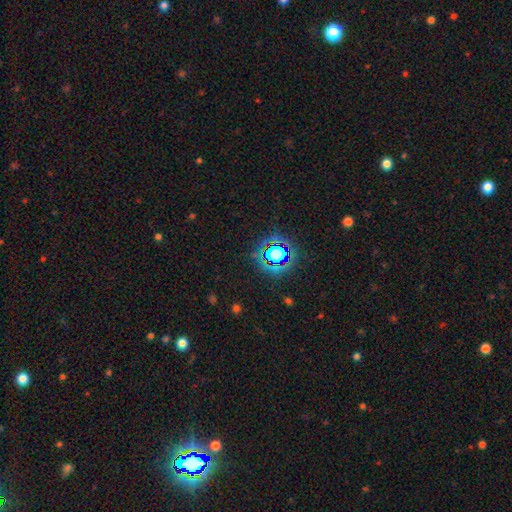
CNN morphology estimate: Smooth or featured?
  - star or artifact: 79% *
  - smooth: 13%
  - featured or disk: 8%